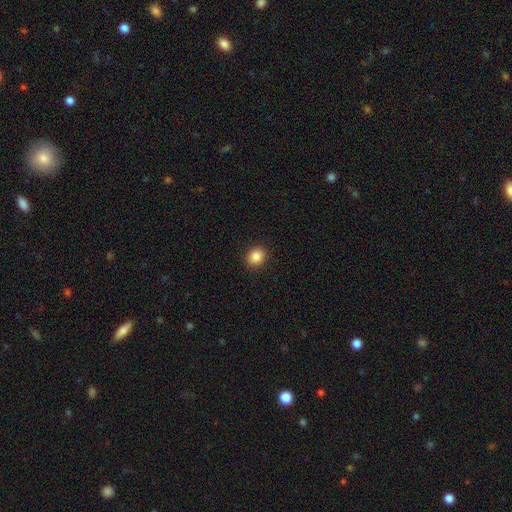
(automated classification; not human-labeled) Smooth or featured?
  - smooth: 86% *
  - star or artifact: 10%
  - featured or disk: 4%
How rounded?
  - round: 74% *
  - in between: 25%
  - cigar-shaped: 1%
Merging?
  - none: 91% *
  - minor disturbance: 6%
  - major disturbance: 2%
  - merger: 1%